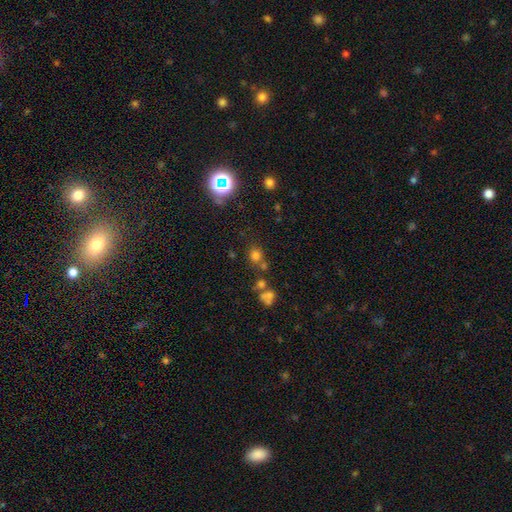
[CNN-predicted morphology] Smooth or featured? smooth (68%)
How rounded? round (80%)
Merging? none (65%)